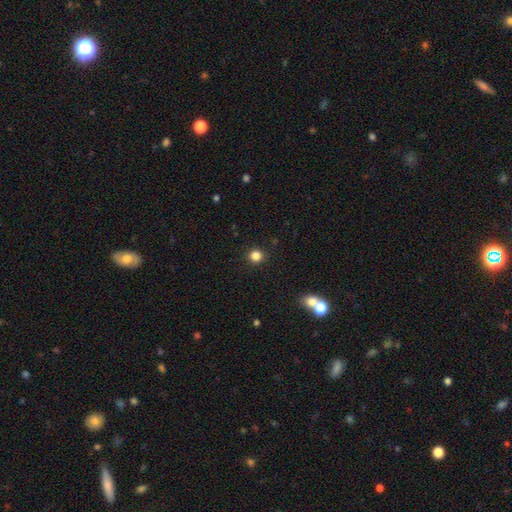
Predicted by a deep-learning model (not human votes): Smooth or featured? Predicted: smooth (p=0.84). How rounded? Predicted: round (p=0.93). Merging? Predicted: none (p=0.92).